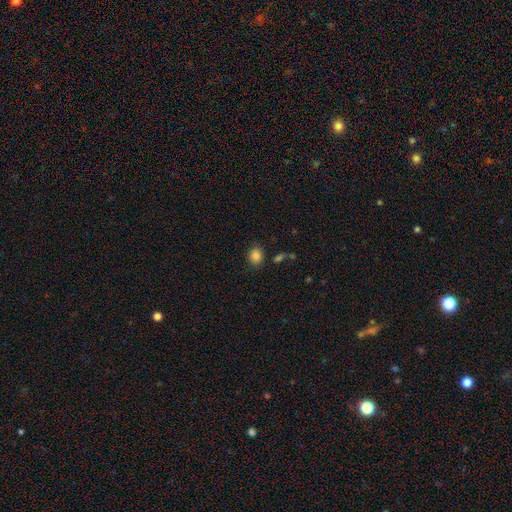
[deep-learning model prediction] The model was most divided on "how rounded": round: 55%, in between: 44%, cigar-shaped: 1%. More confident: smooth or featured — smooth (84%); merging — none (82%).